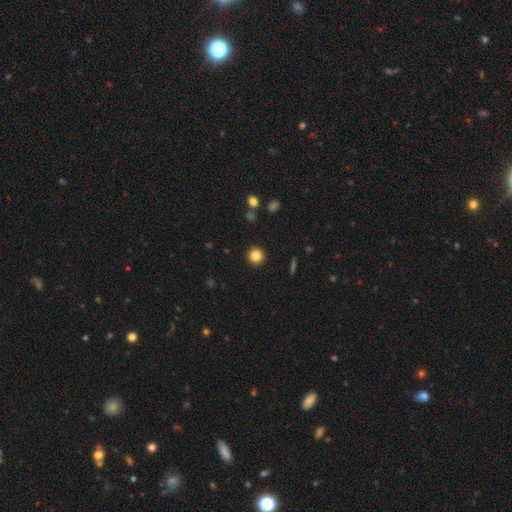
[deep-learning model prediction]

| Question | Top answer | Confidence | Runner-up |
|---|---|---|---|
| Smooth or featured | smooth | 84% | star or artifact (11%) |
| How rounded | round | 95% | in between (4%) |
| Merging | none | 92% | minor disturbance (5%) |